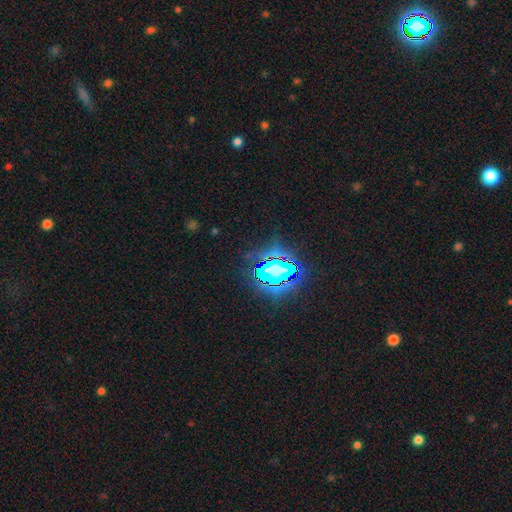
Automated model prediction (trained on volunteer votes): Q: Smooth or featured?
A: star or artifact (84%); runner-up: smooth (10%)